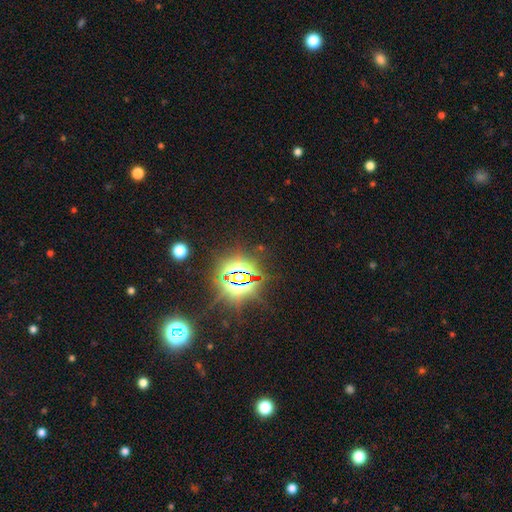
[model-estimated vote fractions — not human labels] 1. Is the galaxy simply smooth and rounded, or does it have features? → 83% star or artifact, 10% smooth, 7% featured or disk.